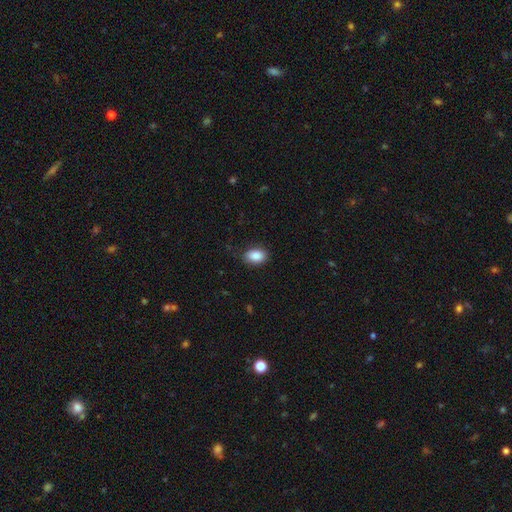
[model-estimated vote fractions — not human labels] Smooth or featured? smooth (88%)
How rounded? in between (85%)
Merging? none (83%)